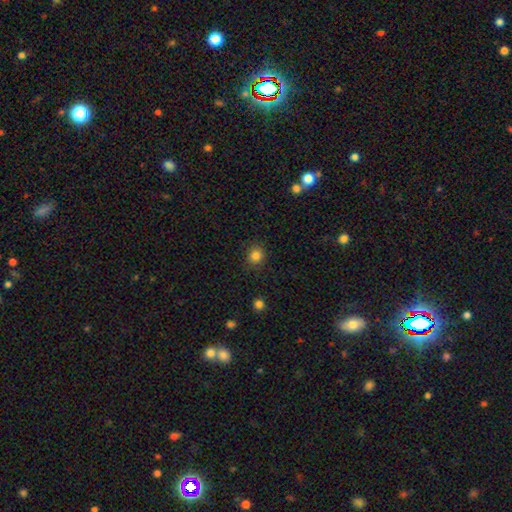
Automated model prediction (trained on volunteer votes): This is clearly a smooth galaxy (83%). How rounded: clearly round (81%). Merging: clearly none (89%).